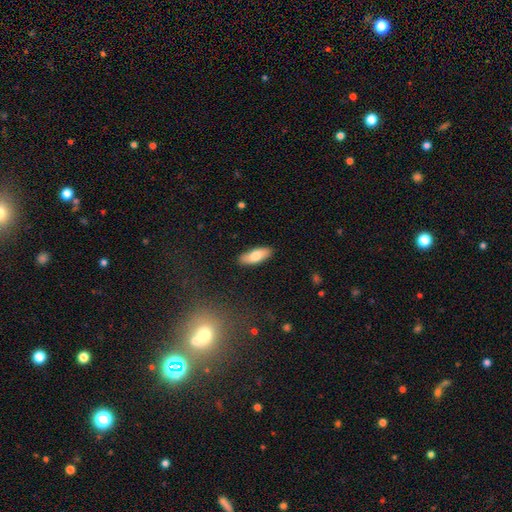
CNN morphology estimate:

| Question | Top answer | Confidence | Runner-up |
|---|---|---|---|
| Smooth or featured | smooth | 76% | featured or disk (18%) |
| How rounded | in between | 72% | cigar-shaped (26%) |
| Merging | none | 87% | minor disturbance (10%) |